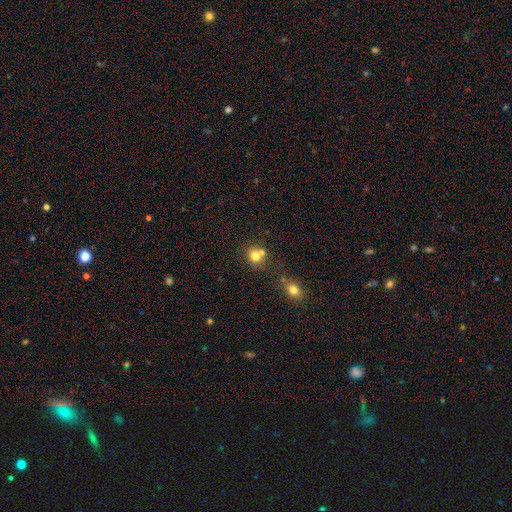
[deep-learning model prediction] Smooth or featured? Predicted: smooth (p=0.76). How rounded? Predicted: round (p=0.84). Merging? Predicted: none (p=0.56).